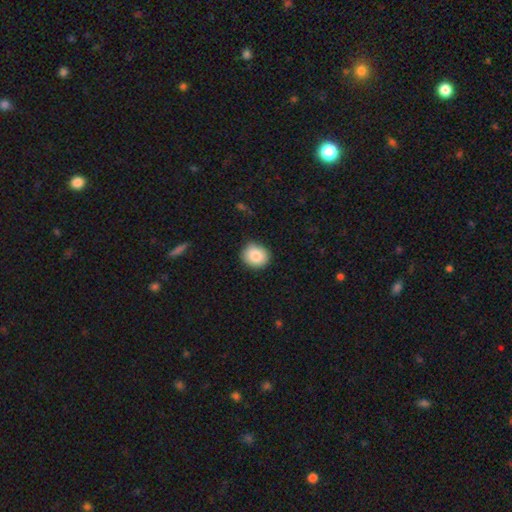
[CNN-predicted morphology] A smooth galaxy with no disk features (83%) that is round (79%). Merging: none (85%).